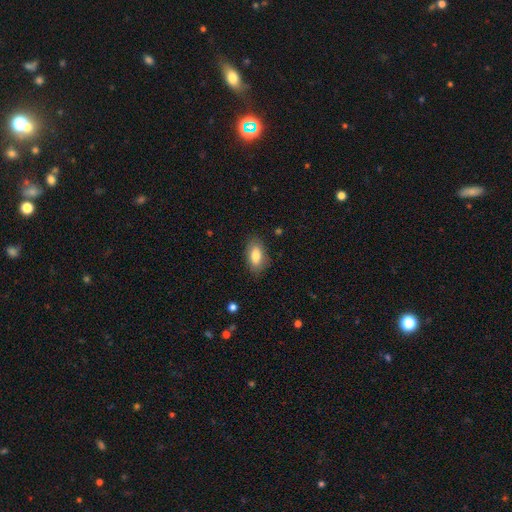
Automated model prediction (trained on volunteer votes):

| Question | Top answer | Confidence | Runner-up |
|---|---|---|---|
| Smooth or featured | smooth | 81% | featured or disk (12%) |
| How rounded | in between | 90% | round (5%) |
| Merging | none | 82% | minor disturbance (13%) |